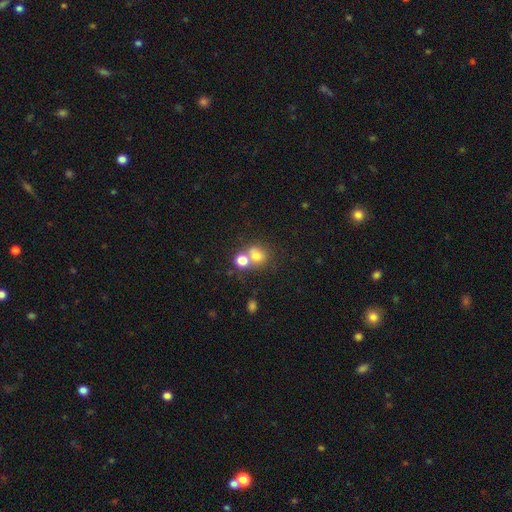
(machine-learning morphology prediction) Q: Smooth or featured?
A: smooth (73%); runner-up: star or artifact (14%)
Q: How rounded?
A: round (75%); runner-up: in between (24%)
Q: Merging?
A: none (44%); runner-up: merger (43%)